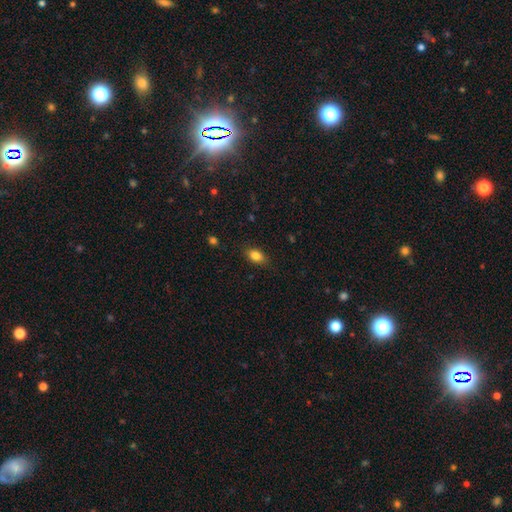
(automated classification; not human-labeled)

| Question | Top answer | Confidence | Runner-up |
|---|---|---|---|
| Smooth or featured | smooth | 84% | star or artifact (9%) |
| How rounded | in between | 84% | round (13%) |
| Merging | none | 85% | minor disturbance (12%) |